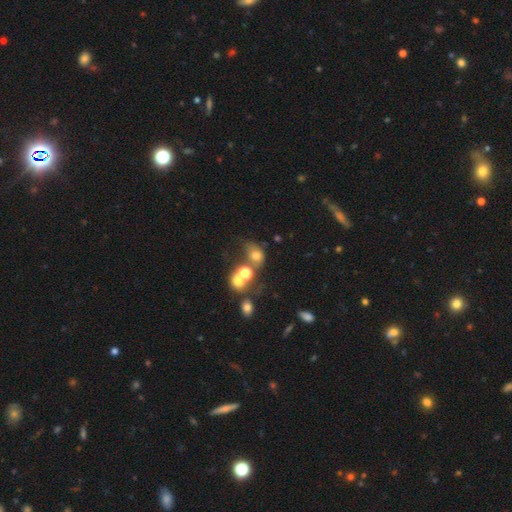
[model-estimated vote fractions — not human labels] Smooth or featured?
  - smooth: 66% *
  - star or artifact: 17%
  - featured or disk: 17%
How rounded?
  - round: 57% *
  - in between: 42%
  - cigar-shaped: 1%
Merging?
  - merger: 39% *
  - none: 33%
  - major disturbance: 15%
  - minor disturbance: 14%